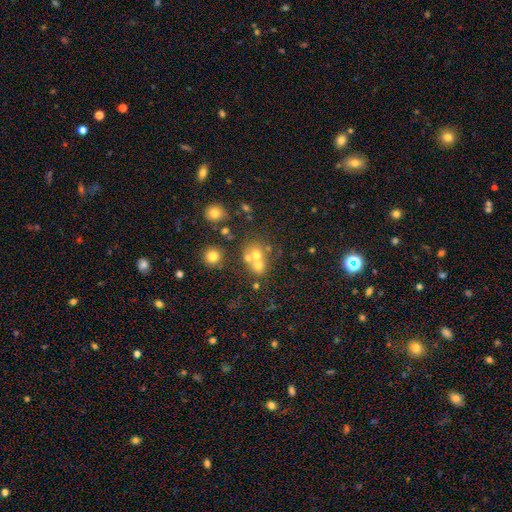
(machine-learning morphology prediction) Smooth or featured? smooth (59%)
How rounded? round (77%)
Merging? merger (51%)